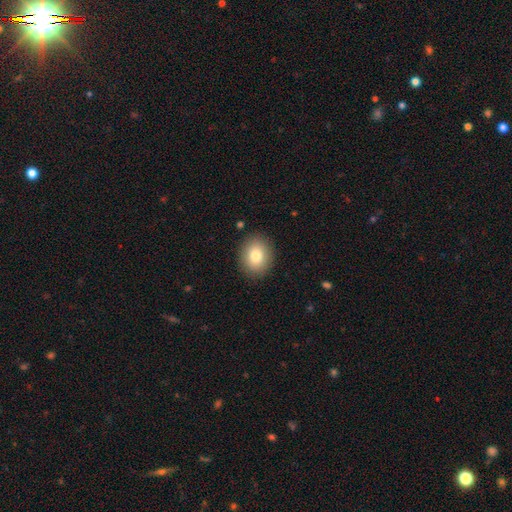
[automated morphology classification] Smooth or featured? smooth (82%)
How rounded? round (53%)
Merging? none (89%)